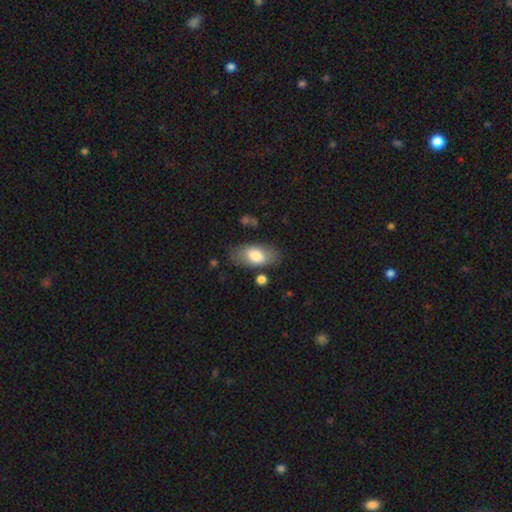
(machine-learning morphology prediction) Q: Smooth or featured?
A: smooth (76%); runner-up: featured or disk (17%)
Q: How rounded?
A: in between (91%); runner-up: round (5%)
Q: Merging?
A: none (75%); runner-up: minor disturbance (16%)